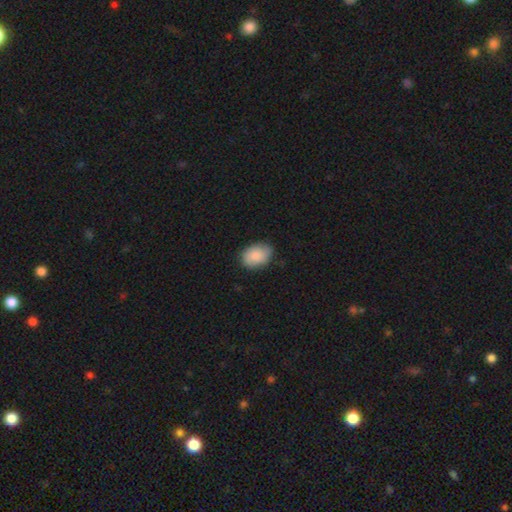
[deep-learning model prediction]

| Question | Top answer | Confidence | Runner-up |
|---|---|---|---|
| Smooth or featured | smooth | 87% | star or artifact (6%) |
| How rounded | in between | 73% | round (26%) |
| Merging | none | 79% | minor disturbance (17%) |